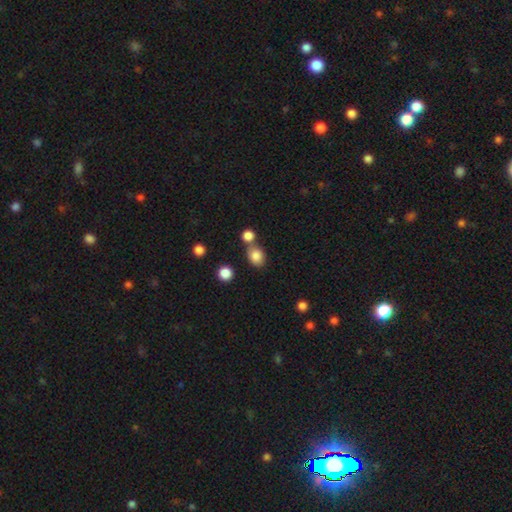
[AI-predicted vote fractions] Smooth or featured? Predicted: smooth (p=0.84). How rounded? Predicted: in between (p=0.50). Merging? Predicted: none (p=0.60).